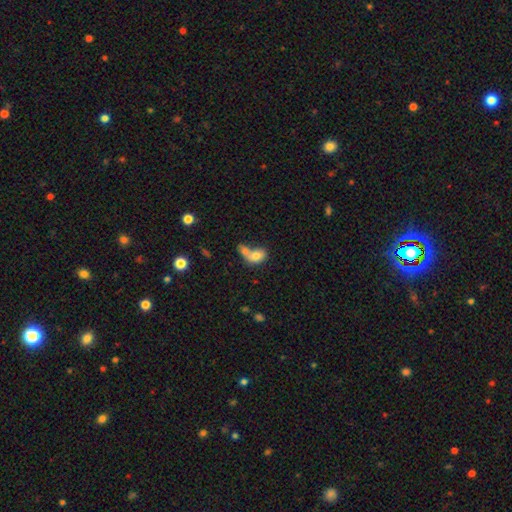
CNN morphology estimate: A smooth galaxy with no disk features (73%) that is in between round and cigar-shaped (73%).

Vote fractions:
- Smooth or featured? smooth: 73% / featured or disk: 17% / star or artifact: 9%
- How rounded? in between: 73% / round: 24% / cigar-shaped: 3%
- Merging? merger: 62% / none: 18% / major disturbance: 11% / minor disturbance: 9%